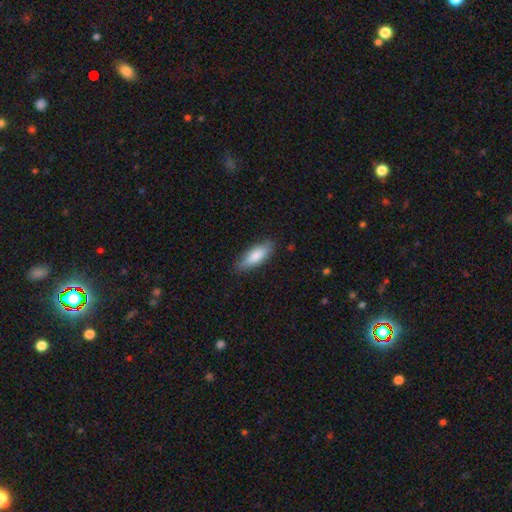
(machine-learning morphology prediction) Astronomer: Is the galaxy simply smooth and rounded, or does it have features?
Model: smooth — 81%.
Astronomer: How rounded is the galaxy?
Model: in between — 58% (runner-up: cigar-shaped, 40%).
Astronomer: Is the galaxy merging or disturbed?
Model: none — 83%.